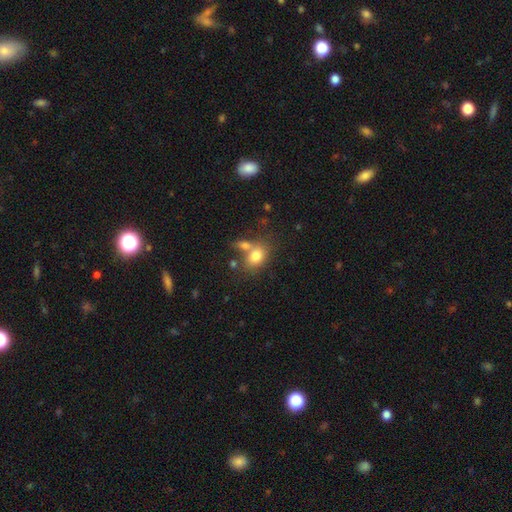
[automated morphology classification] A smooth galaxy with no disk features (78%) that is in between round and cigar-shaped (71%).

Vote fractions:
- Smooth or featured? smooth: 78% / featured or disk: 12% / star or artifact: 10%
- How rounded? in between: 71% / round: 27% / cigar-shaped: 1%
- Merging? none: 46% / merger: 35% / minor disturbance: 13% / major disturbance: 6%